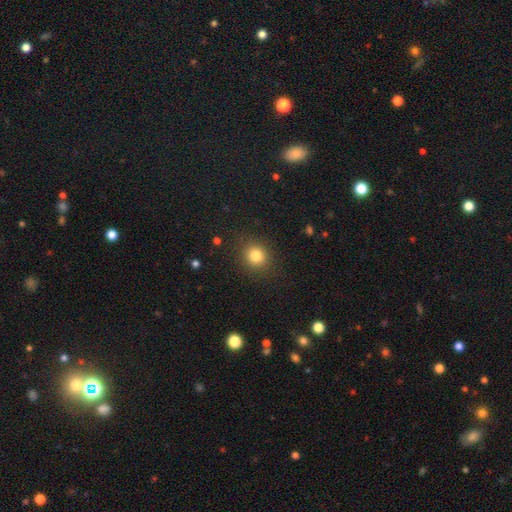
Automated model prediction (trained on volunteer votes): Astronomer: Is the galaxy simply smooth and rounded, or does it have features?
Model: smooth — 83%.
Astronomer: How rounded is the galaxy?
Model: round — 82%.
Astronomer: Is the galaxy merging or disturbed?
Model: none — 87%.